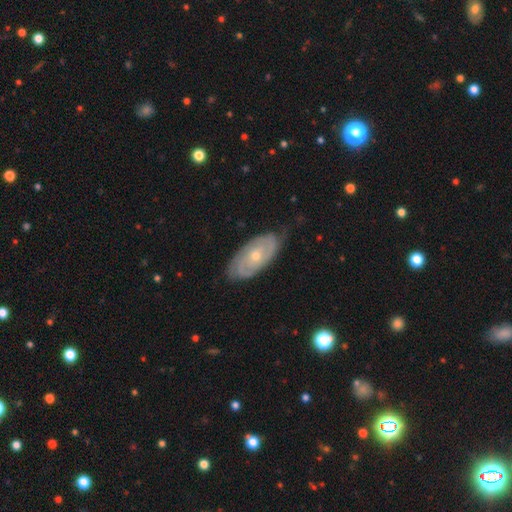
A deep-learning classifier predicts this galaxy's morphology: smooth-or-featured: featured or disk: 76% | smooth: 18% | star or artifact: 6%
  disk-edge-on: no: 92% | yes: 8%
    bar: no: 80% | weak: 16% | strong: 4%
    has-spiral-arms: yes: 87% | no: 13%
      spiral-winding: tight: 71% | medium: 22% | loose: 7%
      spiral-arm-count: 2: 40% | can't tell: 39% | 3: 10% | 4: 4% | 1: 4% | more than 4: 3%
    bulge-size: small: 60% | moderate: 38% | large: 1% | none: 1% | dominant: 1%
  merging: none: 77% | minor disturbance: 18% | major disturbance: 4% | merger: 1%